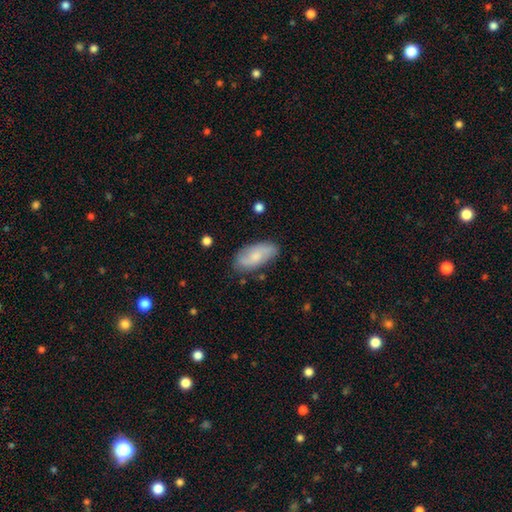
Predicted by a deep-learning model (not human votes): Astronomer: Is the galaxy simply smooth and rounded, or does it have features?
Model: smooth — 56% (runner-up: featured or disk, 37%).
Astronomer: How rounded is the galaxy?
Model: in between — 88%.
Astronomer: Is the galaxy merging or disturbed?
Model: none — 75%.